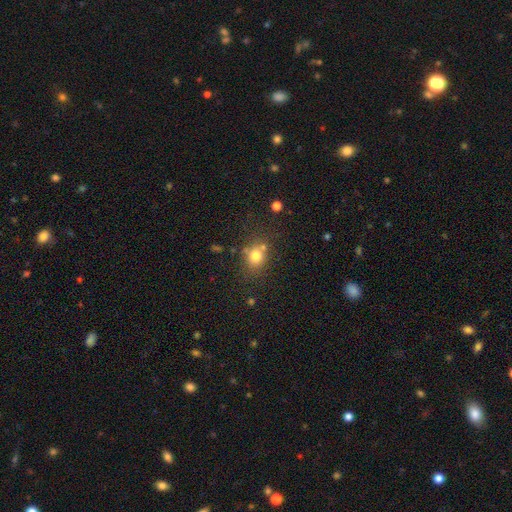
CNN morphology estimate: This is likely a smooth galaxy (77%). How rounded: likely round (67%). Merging: likely none (62%).